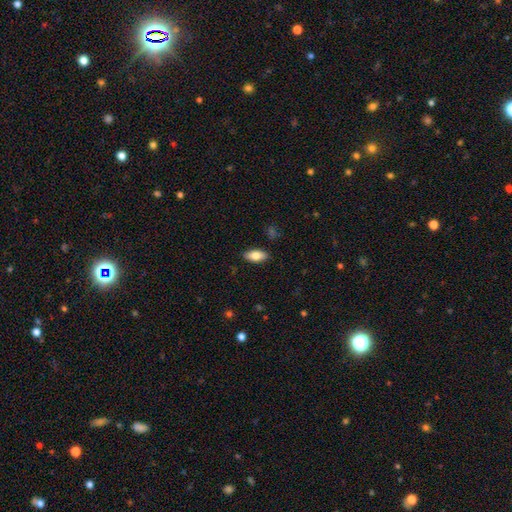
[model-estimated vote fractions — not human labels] A smooth galaxy with no disk features (77%) that is in between round and cigar-shaped (87%).

Vote fractions:
- Smooth or featured? smooth: 77% / featured or disk: 16% / star or artifact: 7%
- How rounded? in between: 87% / cigar-shaped: 10% / round: 3%
- Merging? none: 89% / minor disturbance: 8% / major disturbance: 2% / merger: 1%